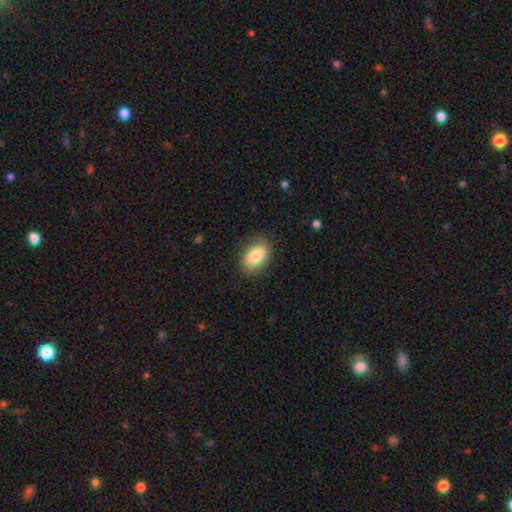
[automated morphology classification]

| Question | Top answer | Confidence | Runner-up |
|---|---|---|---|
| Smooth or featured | smooth | 81% | featured or disk (12%) |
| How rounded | in between | 86% | round (12%) |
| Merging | none | 85% | minor disturbance (12%) |